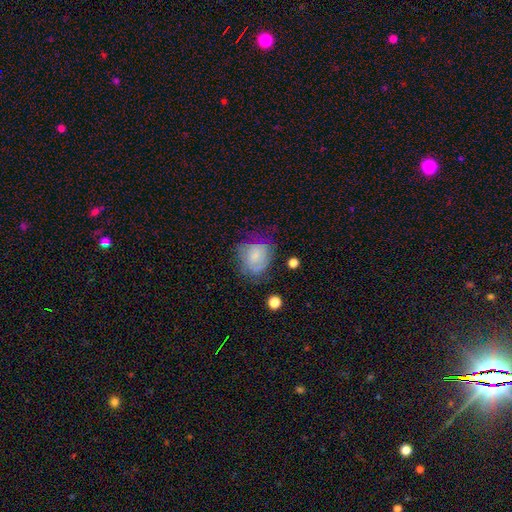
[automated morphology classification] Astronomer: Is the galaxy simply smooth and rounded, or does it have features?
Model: smooth — 51% (runner-up: featured or disk, 38%).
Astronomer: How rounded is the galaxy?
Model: round — 55% (runner-up: in between, 44%).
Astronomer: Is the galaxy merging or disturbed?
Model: none — 50% (runner-up: minor disturbance, 29%).